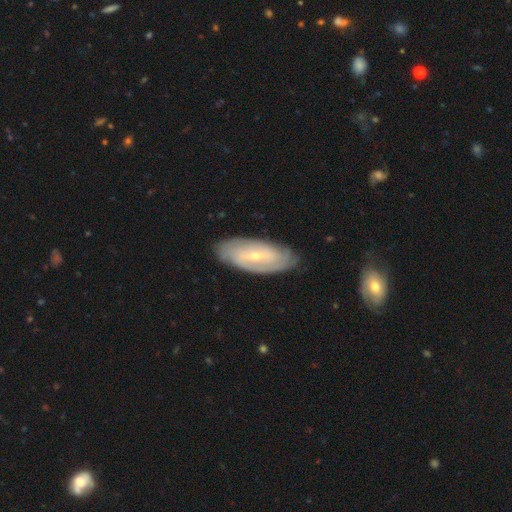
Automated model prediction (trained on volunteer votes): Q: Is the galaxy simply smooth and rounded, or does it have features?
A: featured or disk — 74%.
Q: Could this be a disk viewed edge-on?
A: no — 90%.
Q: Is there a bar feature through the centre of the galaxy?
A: weak — 42%.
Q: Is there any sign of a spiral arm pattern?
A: yes — 84%.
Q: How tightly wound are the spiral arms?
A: tight — 60%.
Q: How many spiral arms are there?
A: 2 — 44%.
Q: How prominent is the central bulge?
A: small — 73%.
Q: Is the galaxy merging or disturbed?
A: none — 83%.